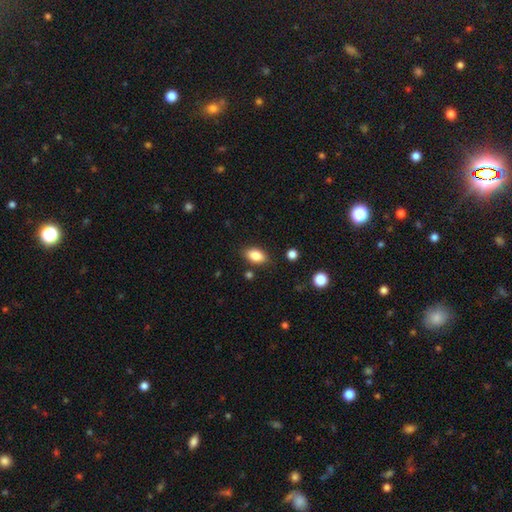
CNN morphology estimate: Smooth or featured? smooth (85%)
How rounded? in between (89%)
Merging? none (83%)